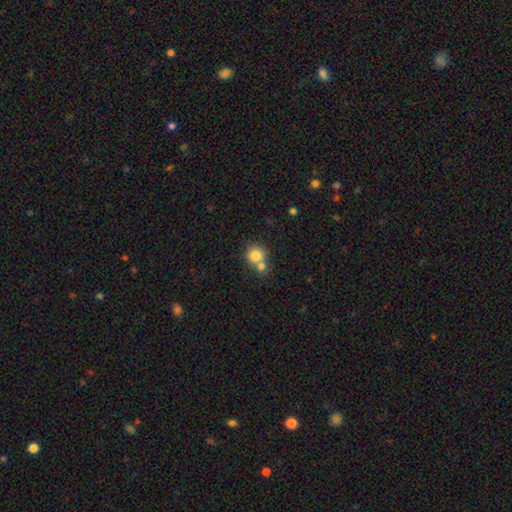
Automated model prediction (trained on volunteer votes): A smooth galaxy with no disk features (80%) that is round (86%). Merging: merger (45%, tied with none).